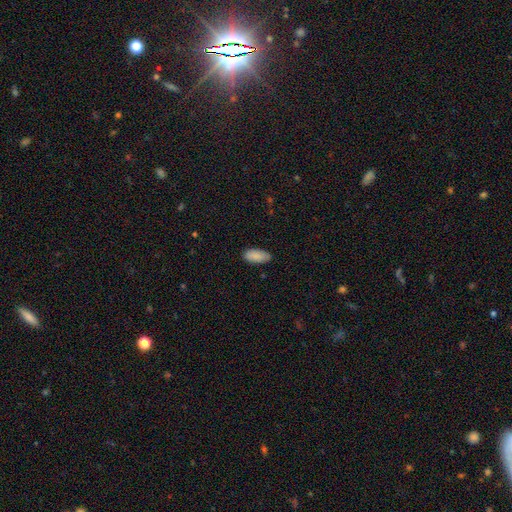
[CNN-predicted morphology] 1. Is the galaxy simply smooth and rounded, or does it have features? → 89% smooth, 6% star or artifact, 5% featured or disk.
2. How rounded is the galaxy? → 90% in between, 8% cigar-shaped, 2% round.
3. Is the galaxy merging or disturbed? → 85% none, 12% minor disturbance, 2% major disturbance, 1% merger.